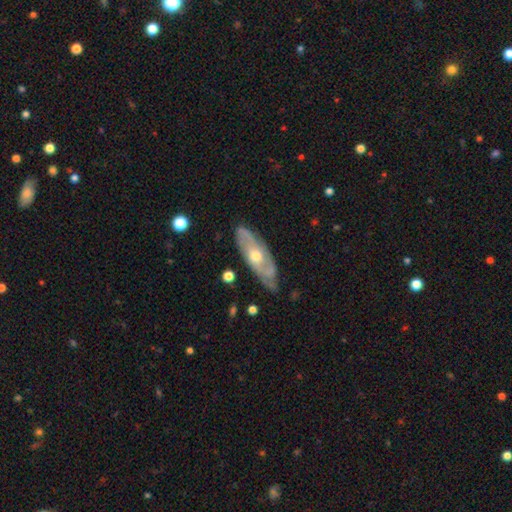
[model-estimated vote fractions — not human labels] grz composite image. It shows a featured or disk galaxy (72%) with no bar (80%), spiral arms (62%) and a moderate central bulge (66%). Merging: none (82%).